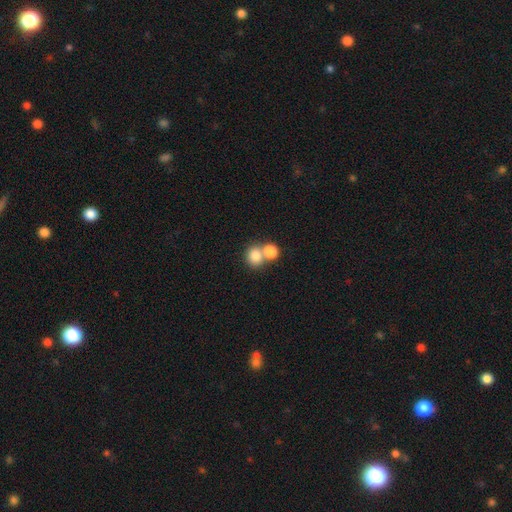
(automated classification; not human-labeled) smooth_or_featured: smooth (p=0.81) [alt: star or artifact p=0.10]
how_rounded: round (p=0.76) [alt: in between p=0.23]
merging: merger (p=0.55) [alt: none p=0.36]